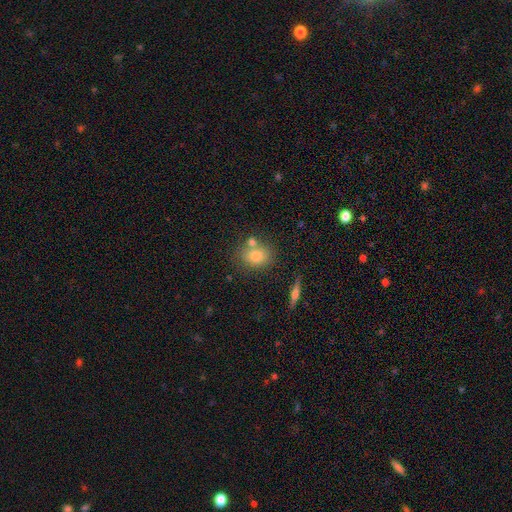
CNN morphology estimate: Q: Smooth or featured?
A: smooth (77%); runner-up: featured or disk (12%)
Q: How rounded?
A: in between (51%); runner-up: round (47%)
Q: Merging?
A: none (66%); runner-up: merger (17%)